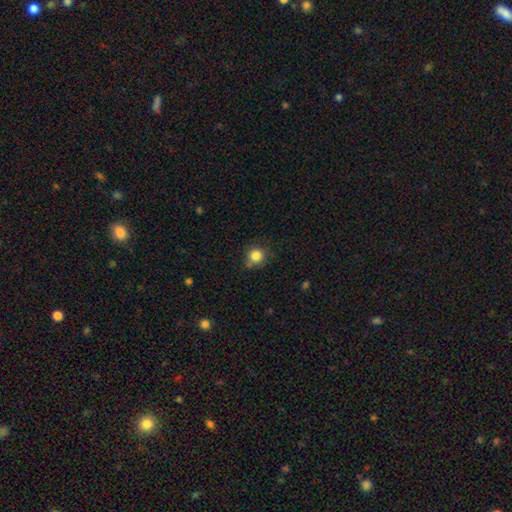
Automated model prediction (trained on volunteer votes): Q: Smooth or featured?
A: smooth (84%); runner-up: star or artifact (11%)
Q: How rounded?
A: round (89%); runner-up: in between (10%)
Q: Merging?
A: none (72%); runner-up: minor disturbance (19%)